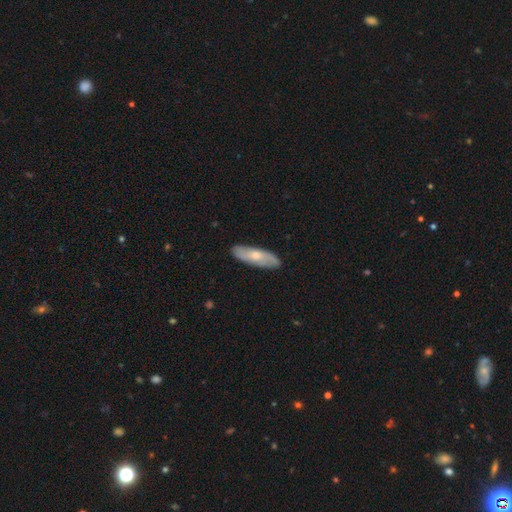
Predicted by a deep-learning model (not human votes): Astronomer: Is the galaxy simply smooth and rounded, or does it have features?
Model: smooth — 56% (runner-up: featured or disk, 39%).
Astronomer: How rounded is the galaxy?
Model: in between — 51% (runner-up: cigar-shaped, 47%).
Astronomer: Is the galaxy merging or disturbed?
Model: none — 86%.